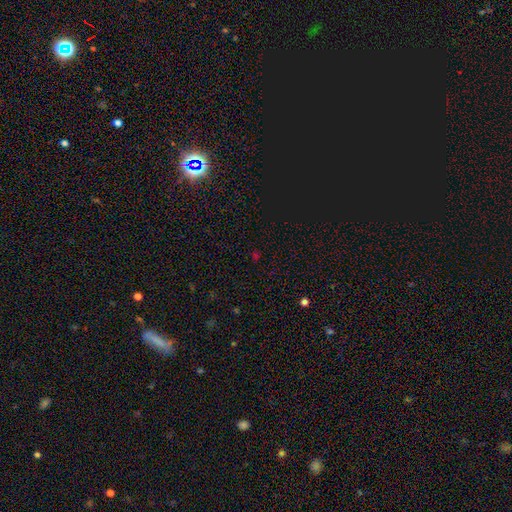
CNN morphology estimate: Smooth or featured? star or artifact (60%)